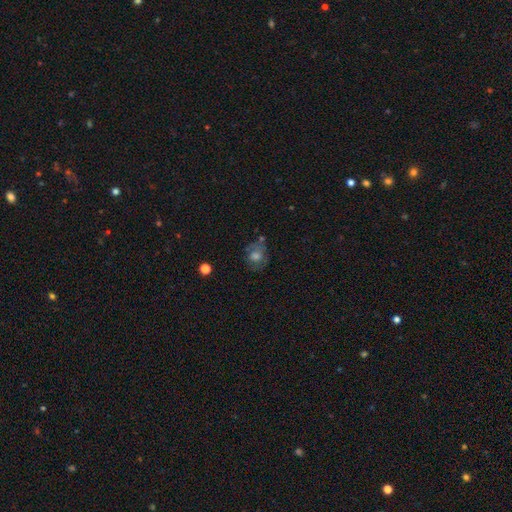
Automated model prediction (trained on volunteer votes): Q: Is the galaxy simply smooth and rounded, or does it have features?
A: smooth — 48%.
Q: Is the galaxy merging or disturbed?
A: none — 61%.